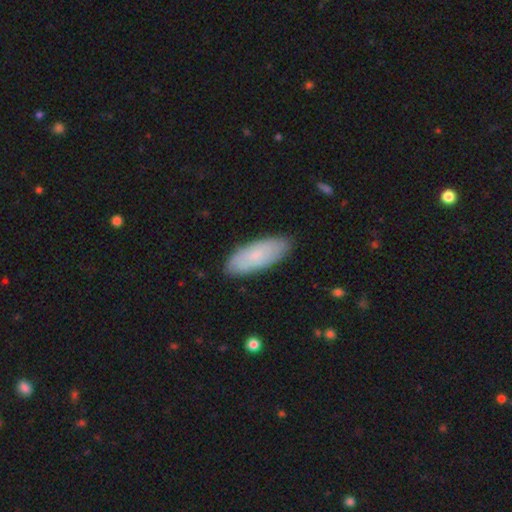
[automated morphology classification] This appears to be a smooth galaxy with no disk features (74%) that is in between round and cigar-shaped (75%). Merging: none (85%).